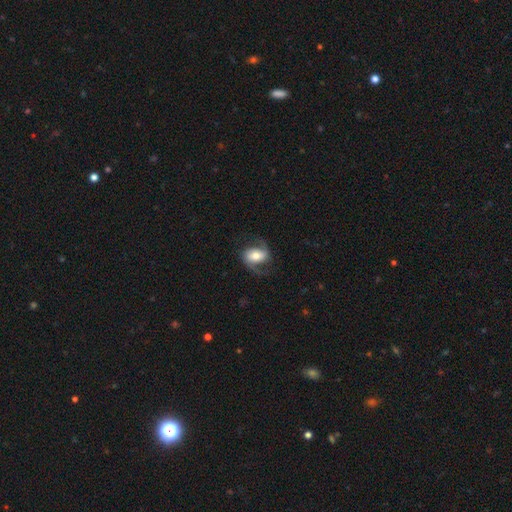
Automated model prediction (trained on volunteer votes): Smooth or featured? Predicted: featured or disk (p=0.66). Edge-on disk? Predicted: no (p=0.96). Bar? Predicted: no (p=0.39). Spiral arms? Predicted: yes (p=0.90). Spiral winding? Predicted: loose (p=0.45). Spiral arm count? Predicted: 2 (p=0.88). Bulge size? Predicted: moderate (p=0.59). Merging? Predicted: none (p=0.67).